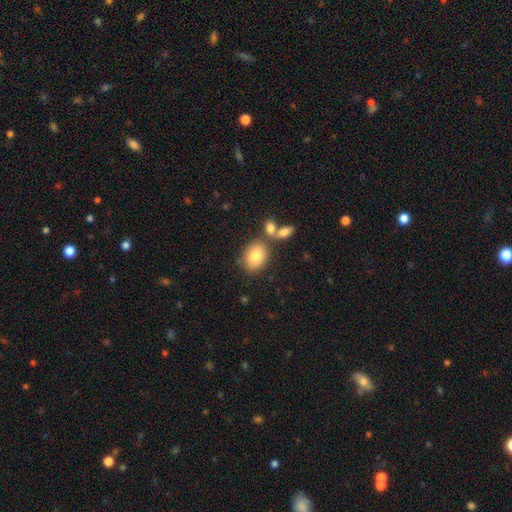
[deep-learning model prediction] Smooth or featured? Predicted: smooth (p=0.82). How rounded? Predicted: in between (p=0.67). Merging? Predicted: none (p=0.66).